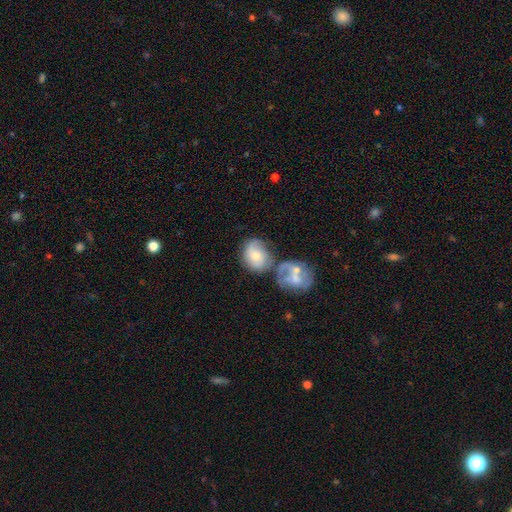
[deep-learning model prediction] Smooth or featured? Predicted: smooth (p=0.49). Merging? Predicted: merger (p=0.37).